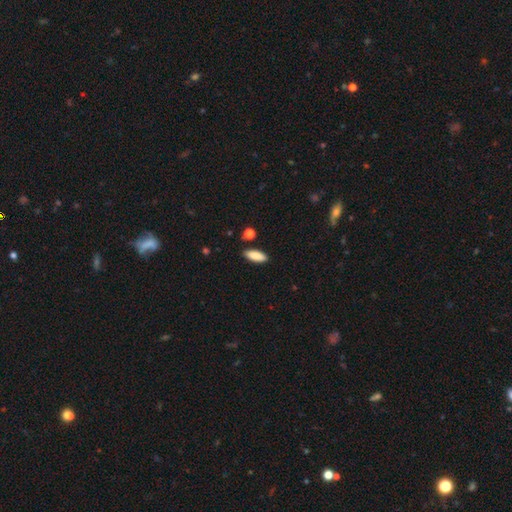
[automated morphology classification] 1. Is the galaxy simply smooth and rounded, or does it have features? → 87% smooth, 6% star or artifact, 6% featured or disk.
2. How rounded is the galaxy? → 72% in between, 26% cigar-shaped, 2% round.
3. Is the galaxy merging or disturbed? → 86% none, 9% minor disturbance, 2% merger, 2% major disturbance.